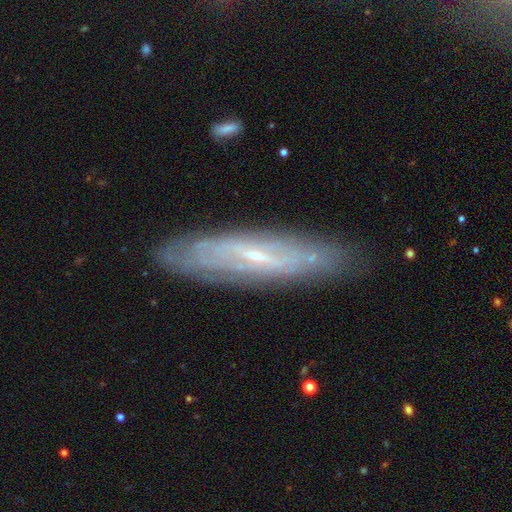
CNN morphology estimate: smooth_or_featured: featured or disk (p=0.72) [alt: smooth p=0.20]
disk_edge_on: no (p=0.59) [alt: yes p=0.41]
merging: none (p=0.81) [alt: minor disturbance p=0.13]